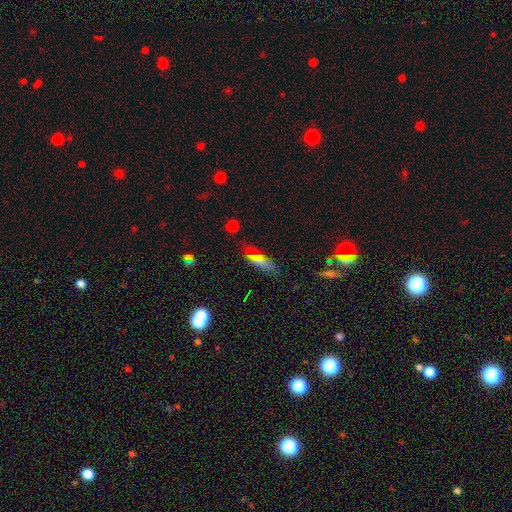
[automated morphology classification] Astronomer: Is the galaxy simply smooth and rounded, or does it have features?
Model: smooth — 63%.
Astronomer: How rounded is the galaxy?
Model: in between — 50% (runner-up: cigar-shaped, 42%).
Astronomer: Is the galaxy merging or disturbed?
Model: none — 79%.